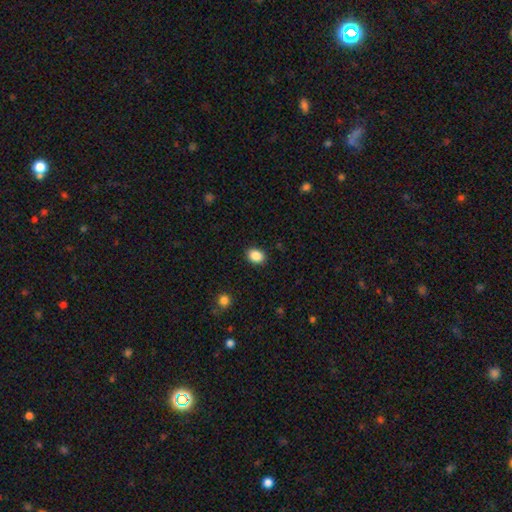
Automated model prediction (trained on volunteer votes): Smooth or featured?
  - smooth: 88% *
  - star or artifact: 9%
  - featured or disk: 3%
How rounded?
  - in between: 63% *
  - round: 36%
  - cigar-shaped: 1%
Merging?
  - none: 90% *
  - minor disturbance: 7%
  - major disturbance: 2%
  - merger: 1%